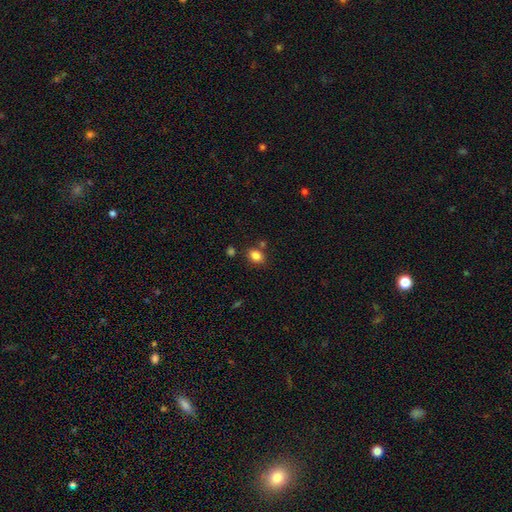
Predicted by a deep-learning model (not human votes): Morphology: type=smooth (84%); roundness=in between (58%); merging=none (78%).